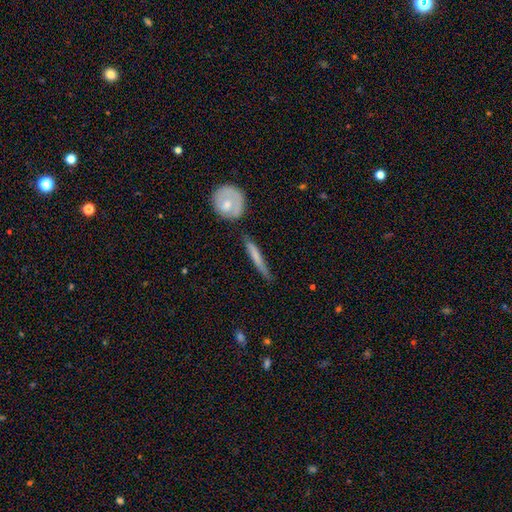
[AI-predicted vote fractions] This appears to be a smooth galaxy with no disk features (61%) that is cigar-shaped (91%). Merging: none (68%).